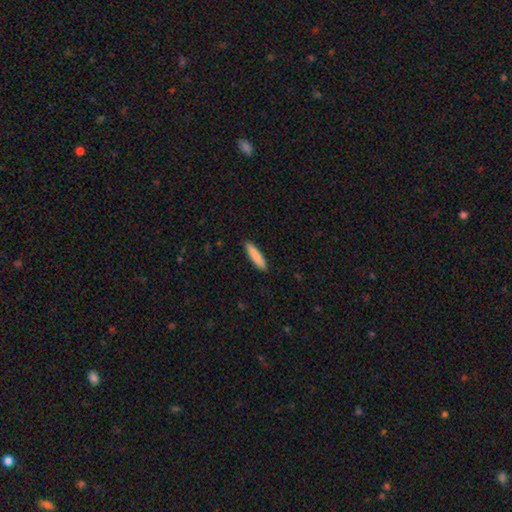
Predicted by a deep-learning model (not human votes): Overall: smooth (86%). How rounded: cigar-shaped (83%). Merging: none (90%).